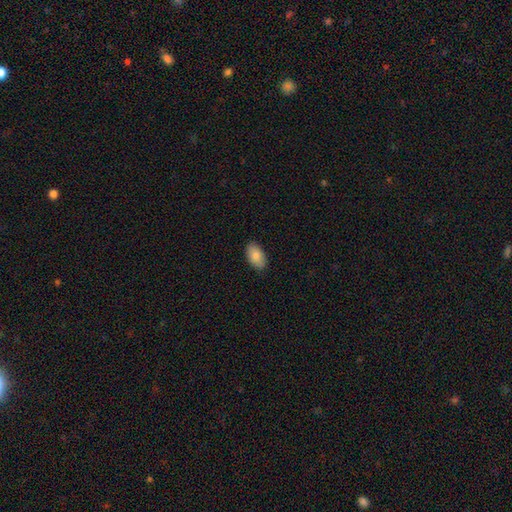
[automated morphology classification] This is clearly a smooth galaxy (87%). How rounded: clearly in between (94%). Merging: clearly none (87%).